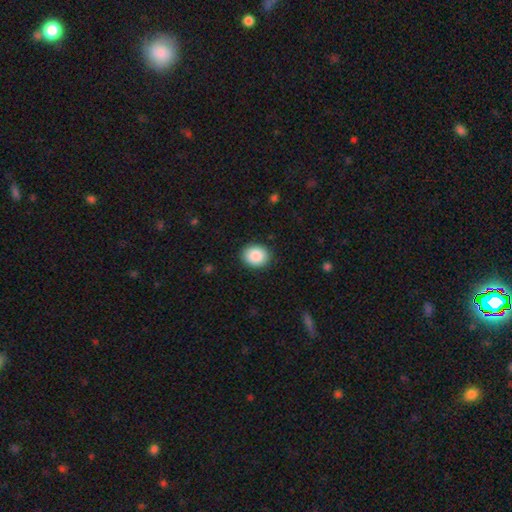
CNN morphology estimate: type=smooth (89%); roundness=round (65%); merging=none (89%).